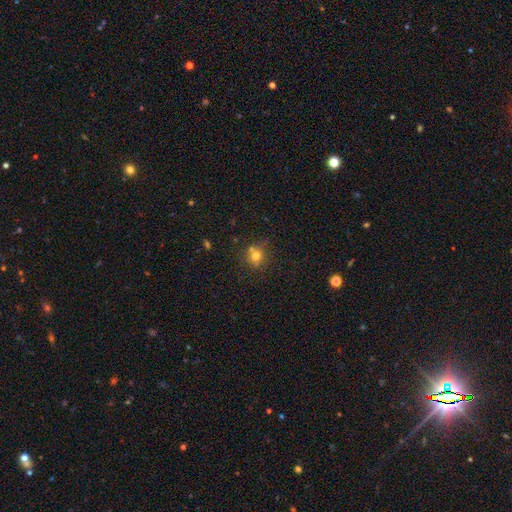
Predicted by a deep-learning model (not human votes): smooth-or-featured: smooth: 69% | star or artifact: 17% | featured or disk: 13%
  how-rounded: round: 84% | in between: 14% | cigar-shaped: 1%
  merging: none: 59% | merger: 23% | minor disturbance: 13% | major disturbance: 5%